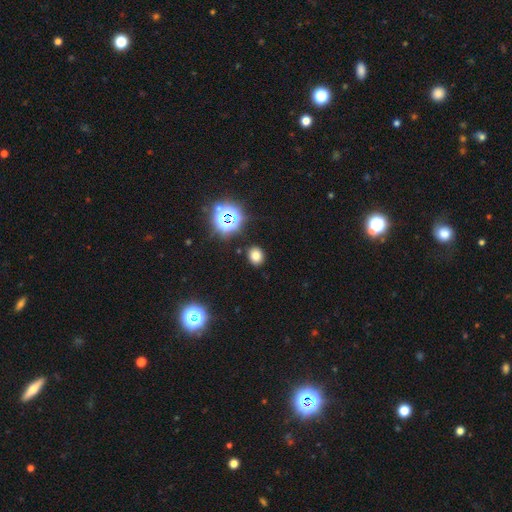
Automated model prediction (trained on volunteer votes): Smooth or featured? smooth (72%)
How rounded? round (65%)
Merging? none (88%)